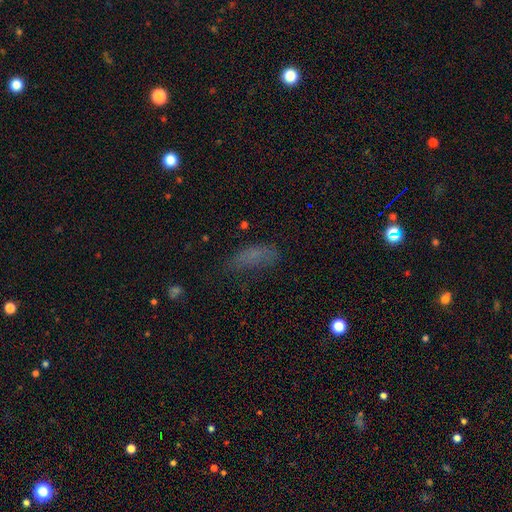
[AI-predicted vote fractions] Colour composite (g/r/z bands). It shows a smooth galaxy with no disk features (67%) that is in between round and cigar-shaped (73%). Merging: none (49%).